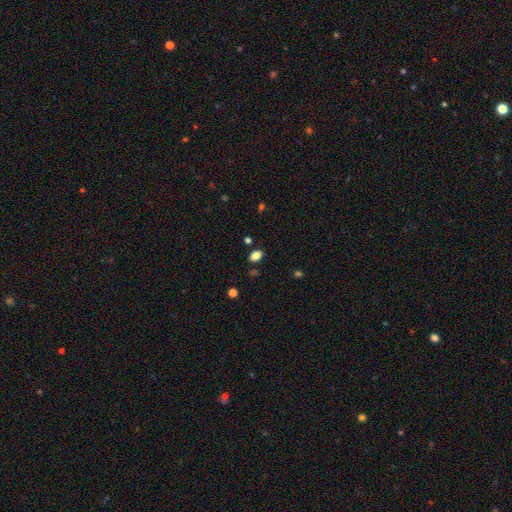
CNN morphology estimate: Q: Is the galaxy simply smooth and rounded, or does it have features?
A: smooth — 84%.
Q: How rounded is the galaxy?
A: in between — 85%.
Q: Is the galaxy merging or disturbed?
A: none — 85%.